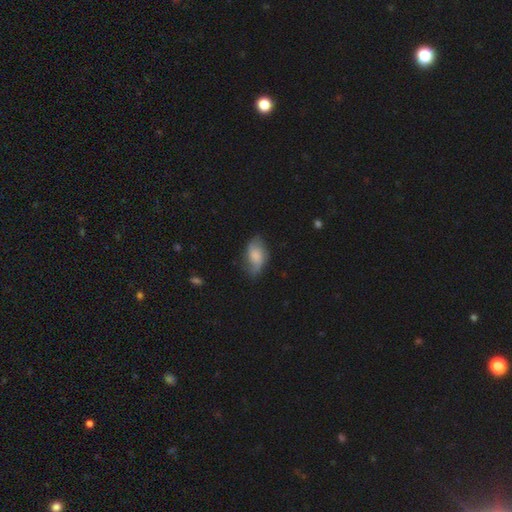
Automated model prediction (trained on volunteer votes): This is possibly a smooth galaxy (56%). How rounded: clearly in between (90%). Merging: likely none (63%).